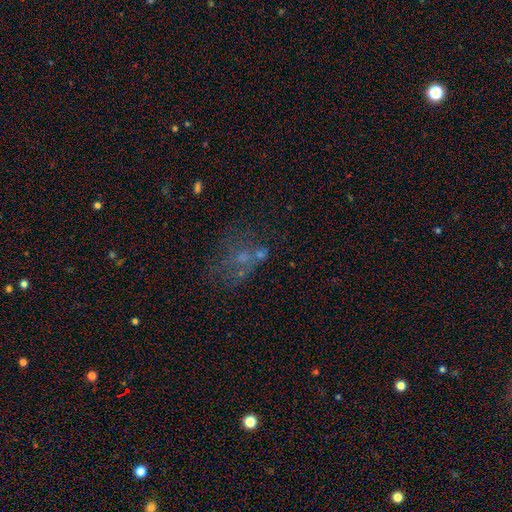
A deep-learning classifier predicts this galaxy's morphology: A featured or disk galaxy (39%).

Vote fractions:
- Smooth or featured? featured or disk: 39% / smooth: 34% / star or artifact: 27%
- Merging? none: 38% / major disturbance: 26% / merger: 20% / minor disturbance: 16%